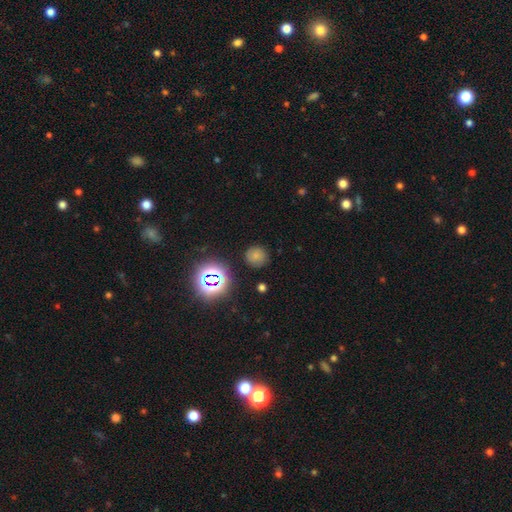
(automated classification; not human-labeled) smooth-or-featured: smooth: 70% | star or artifact: 21% | featured or disk: 8%
  how-rounded: round: 90% | in between: 9% | cigar-shaped: 1%
  merging: none: 85% | minor disturbance: 10% | major disturbance: 3% | merger: 2%